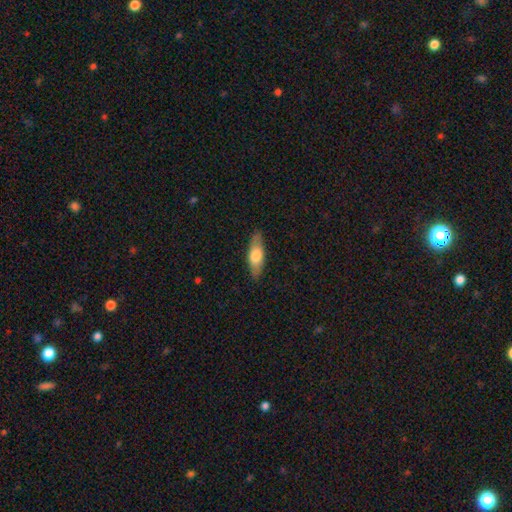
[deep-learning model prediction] Smooth or featured? smooth (65%)
How rounded? in between (56%)
Merging? none (86%)